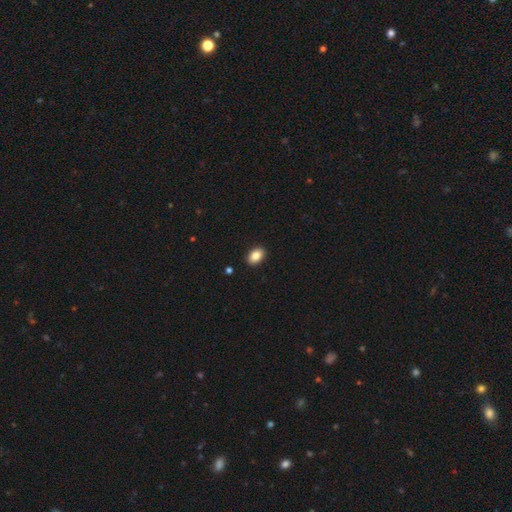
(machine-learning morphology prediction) Overall: smooth (85%). How rounded: in between (86%). Merging: none (91%).